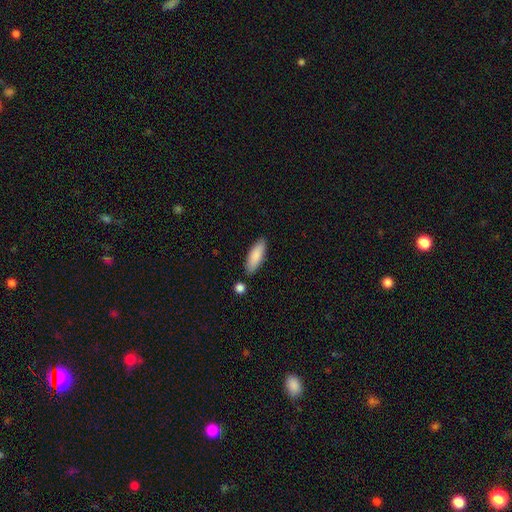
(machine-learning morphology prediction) smooth 86%, featured or disk 8%, star or artifact 5%. Down the decision tree: how rounded — in between (60%); merging — none (83%).